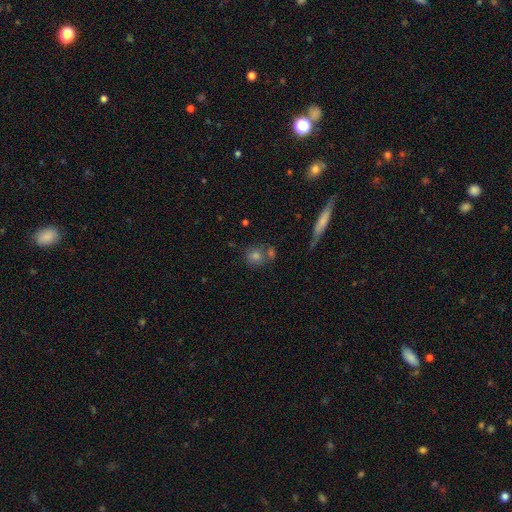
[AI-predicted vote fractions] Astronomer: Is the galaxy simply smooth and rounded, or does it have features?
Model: smooth — 65%.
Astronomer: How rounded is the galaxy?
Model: round — 81%.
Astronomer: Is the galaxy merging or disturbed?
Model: none — 65%.